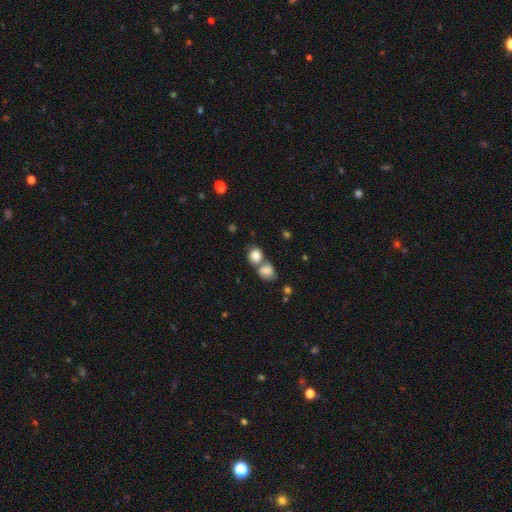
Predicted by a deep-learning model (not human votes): Smooth or featured? smooth (83%)
How rounded? round (72%)
Merging? merger (47%)